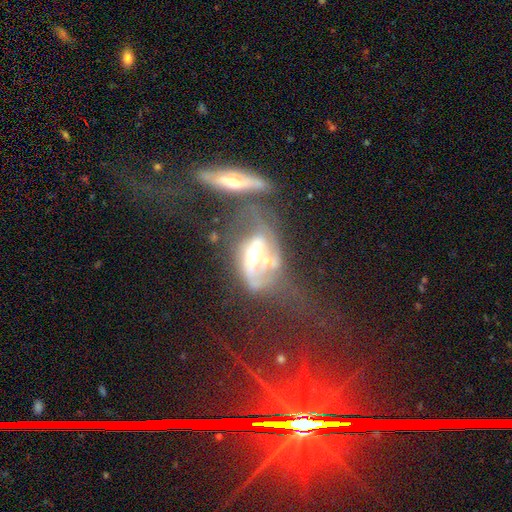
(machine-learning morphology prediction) Smooth or featured?
  - featured or disk: 72% *
  - smooth: 19%
  - star or artifact: 9%
Edge-on disk?
  - no: 88% *
  - yes: 12%
Bar?
  - no: 53% *
  - weak: 28%
  - strong: 19%
Spiral arms?
  - yes: 61% *
  - no: 39%
Bulge size?
  - moderate: 56% *
  - large: 28%
  - small: 10%
  - dominant: 4%
  - none: 3%
Merging?
  - merger: 52% *
  - major disturbance: 26%
  - none: 13%
  - minor disturbance: 9%